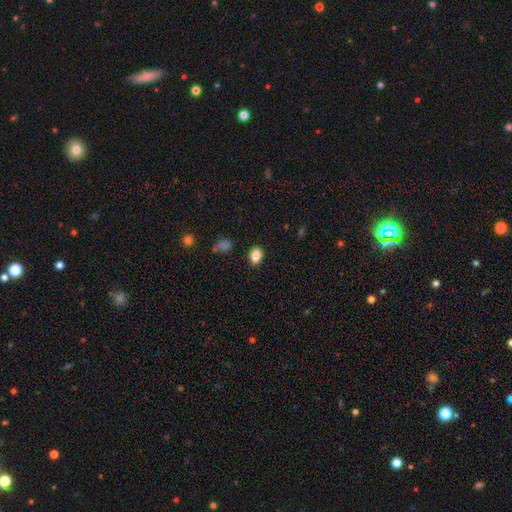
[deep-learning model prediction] smooth 87%, star or artifact 9%, featured or disk 4%. Down the decision tree: how rounded — in between (73%); merging — none (87%).